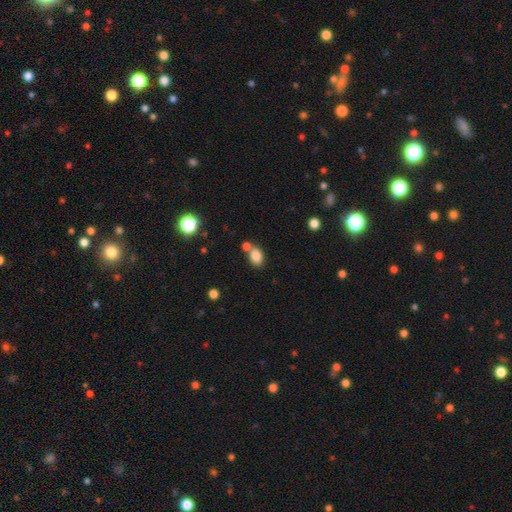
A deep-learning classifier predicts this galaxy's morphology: smooth-or-featured: smooth: 84% | star or artifact: 10% | featured or disk: 7%
  how-rounded: in between: 80% | round: 18% | cigar-shaped: 1%
  merging: none: 57% | merger: 27% | minor disturbance: 12% | major disturbance: 4%